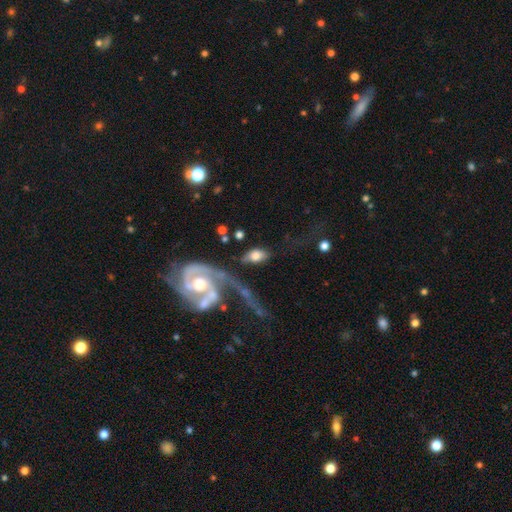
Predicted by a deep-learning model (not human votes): smooth 53%, featured or disk 40%, star or artifact 7%. Down the decision tree: how rounded — in between (88%); merging — none (40%).